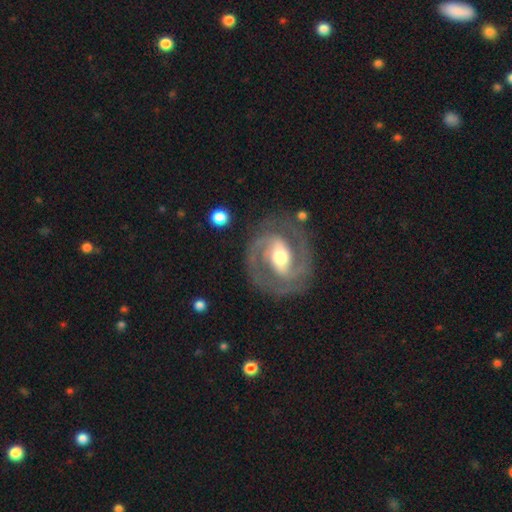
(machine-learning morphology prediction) A featured or disk galaxy (79%) with a weak bar (39%), 2 (77%) tight (51%) spiral arms (79%) and a moderate central bulge (63%).

Vote fractions:
- Smooth or featured? featured or disk: 79% / smooth: 12% / star or artifact: 9%
- Edge-on disk? no: 95% / yes: 5%
- Bar? weak: 39% / strong: 38% / no: 23%
- Spiral arms? yes: 79% / no: 21%
- Spiral winding? tight: 51% / medium: 38% / loose: 11%
- Spiral arm count? 2: 77% / can't tell: 11% / 1: 4% / 3: 3% / 4: 2% / more than 4: 2%
- Bulge size? moderate: 63% / small: 22% / large: 12% / dominant: 2% / none: 1%
- Merging? none: 77% / minor disturbance: 12% / major disturbance: 8% / merger: 3%